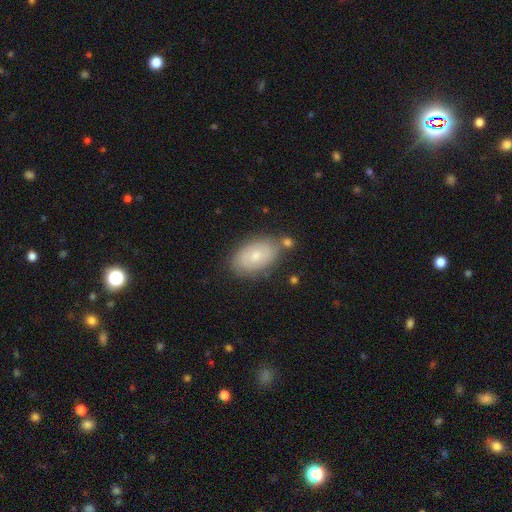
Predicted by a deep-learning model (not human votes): Smooth or featured? Predicted: smooth (p=0.51). How rounded? Predicted: in between (p=0.91). Merging? Predicted: none (p=0.71).